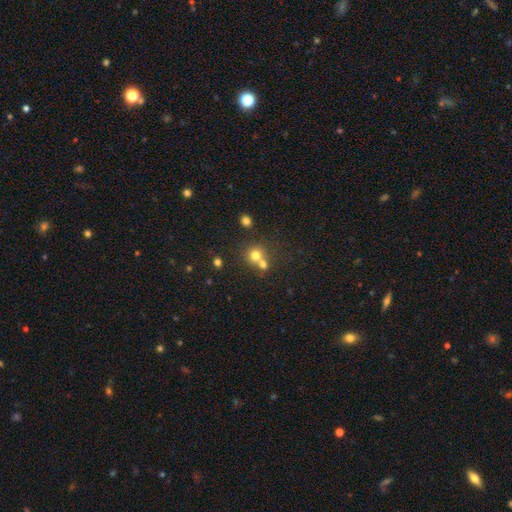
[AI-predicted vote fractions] This is likely a smooth galaxy (72%). How rounded: clearly round (85%). Merging: possibly merger (47%).